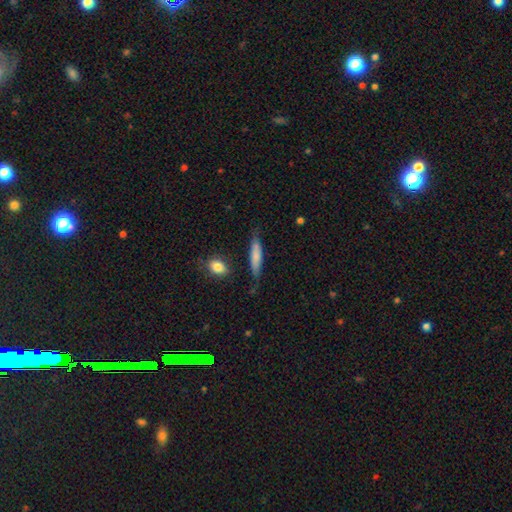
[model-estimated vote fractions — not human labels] Overall: smooth (74%). How rounded: cigar-shaped (81%). Merging: none (73%).